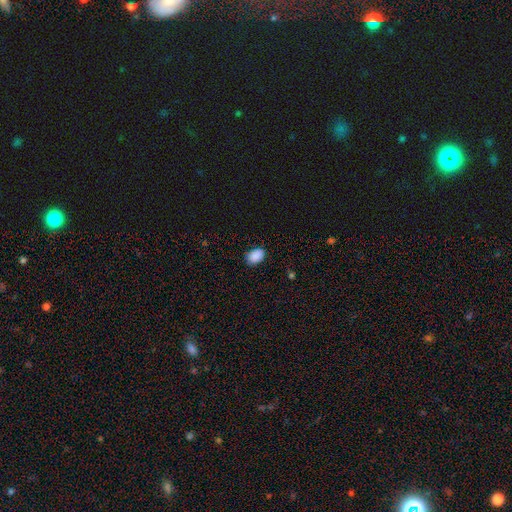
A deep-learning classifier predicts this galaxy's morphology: smooth_or_featured: smooth (p=0.89) [alt: star or artifact p=0.08]
how_rounded: in between (p=0.84) [alt: round p=0.15]
merging: none (p=0.82) [alt: minor disturbance p=0.15]